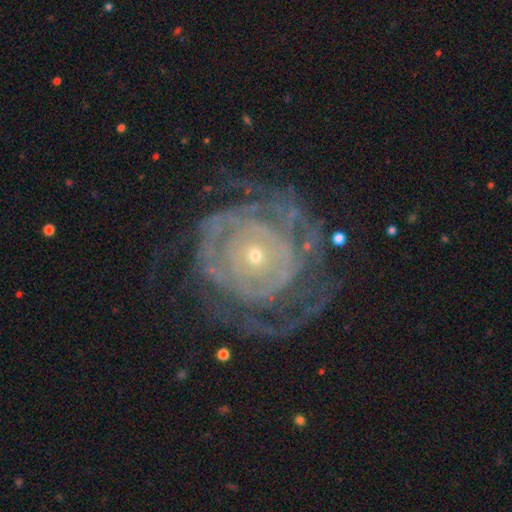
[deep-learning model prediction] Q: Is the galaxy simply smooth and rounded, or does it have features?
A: featured or disk — 84%.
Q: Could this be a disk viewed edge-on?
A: no — 97%.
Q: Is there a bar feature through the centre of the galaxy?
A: no — 80%.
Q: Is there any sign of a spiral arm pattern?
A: yes — 83%.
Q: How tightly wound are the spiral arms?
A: tight — 72%.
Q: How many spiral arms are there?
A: can't tell — 42%.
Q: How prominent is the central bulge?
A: small — 79%.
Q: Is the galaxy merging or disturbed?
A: none — 59%.